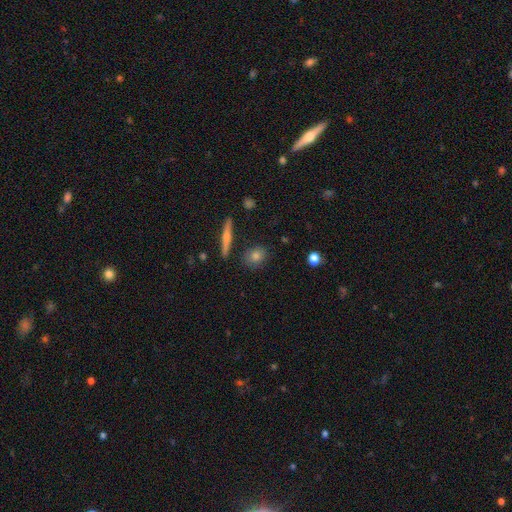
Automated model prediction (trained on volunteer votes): Q: Smooth or featured?
A: smooth (76%); runner-up: featured or disk (15%)
Q: How rounded?
A: round (50%); runner-up: in between (42%)
Q: Merging?
A: none (83%); runner-up: minor disturbance (11%)